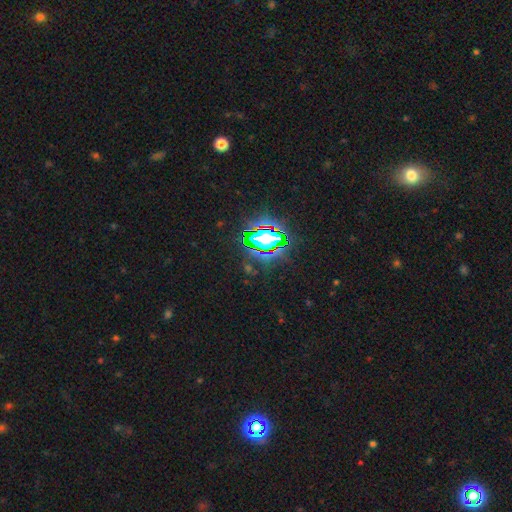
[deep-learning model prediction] Smooth or featured? Predicted: star or artifact (p=0.81).